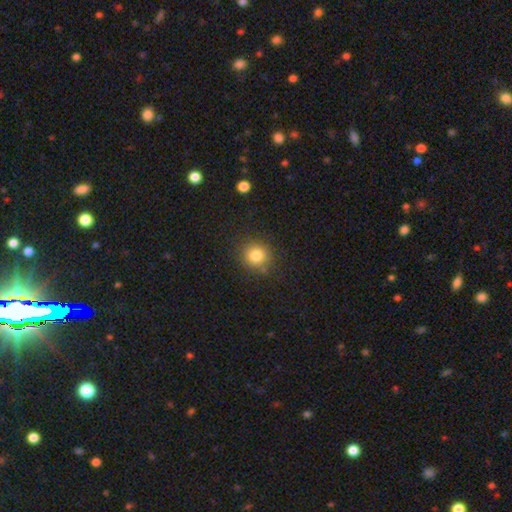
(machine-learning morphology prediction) type=smooth (82%); roundness=round (88%); merging=none (85%).